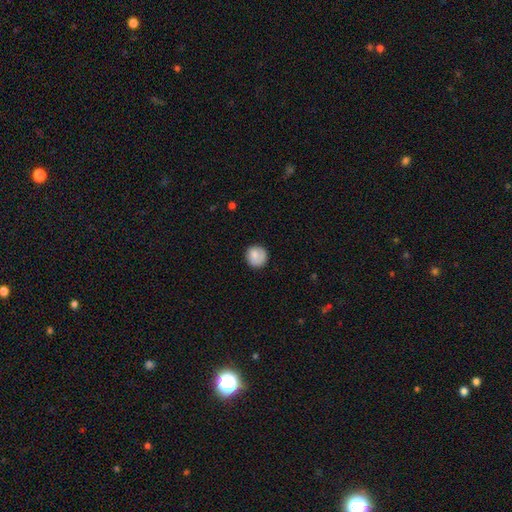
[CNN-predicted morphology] A smooth galaxy with no disk features (81%) that is round (90%). Merging: none (80%).